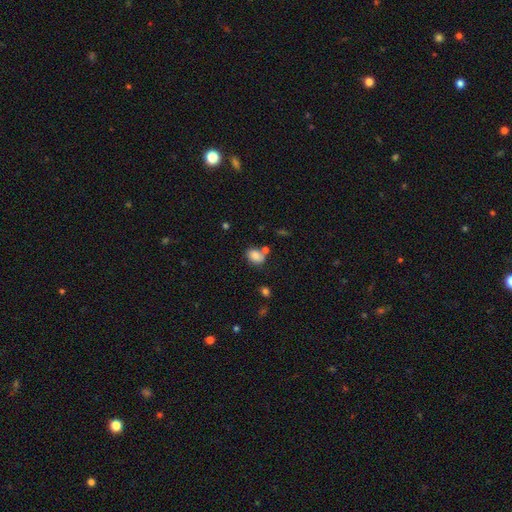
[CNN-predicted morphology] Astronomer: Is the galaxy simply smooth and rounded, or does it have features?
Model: smooth — 82%.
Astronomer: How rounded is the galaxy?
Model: in between — 73%.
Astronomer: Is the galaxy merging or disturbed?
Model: none — 56%.